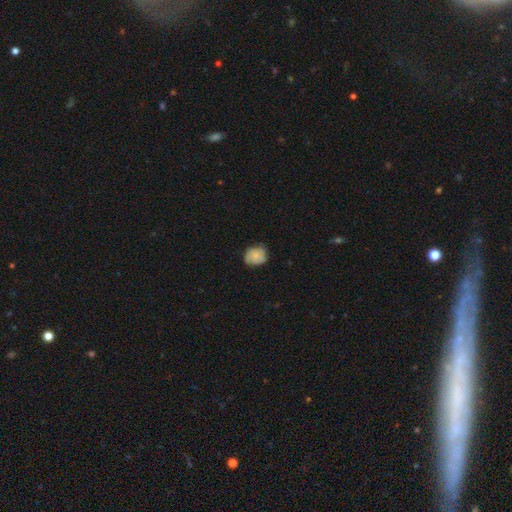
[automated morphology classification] smooth-or-featured: smooth: 75% | featured or disk: 17% | star or artifact: 8%
  how-rounded: round: 70% | in between: 29% | cigar-shaped: 1%
  merging: none: 67% | minor disturbance: 27% | major disturbance: 5% | merger: 1%